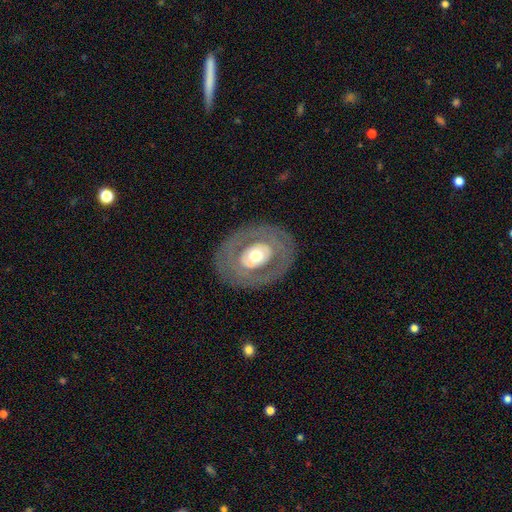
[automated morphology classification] A featured or disk galaxy (61%) with no bar (79%), no spiral arms (83%) and a moderate central bulge (62%). Merging: none (80%).